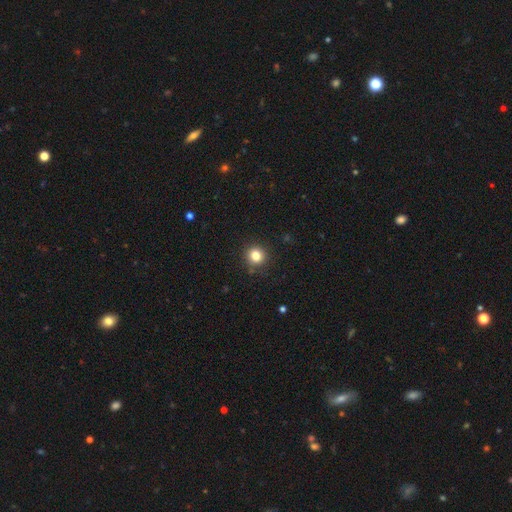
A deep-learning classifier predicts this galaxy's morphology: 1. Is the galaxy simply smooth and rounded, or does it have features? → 81% smooth, 13% star or artifact, 6% featured or disk.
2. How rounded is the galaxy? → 92% round, 7% in between, 1% cigar-shaped.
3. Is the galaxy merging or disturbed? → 89% none, 7% minor disturbance, 2% major disturbance, 1% merger.